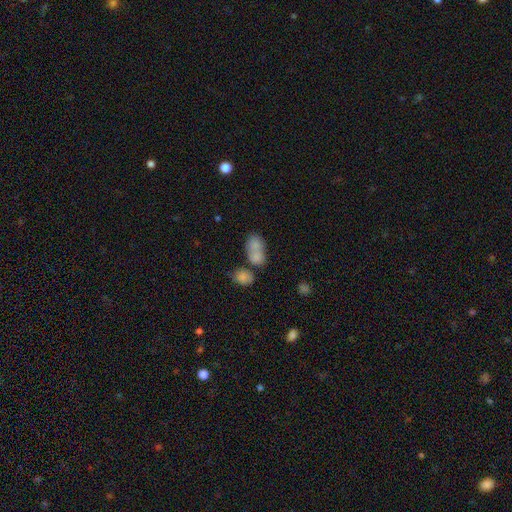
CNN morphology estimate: Smooth or featured?
  - smooth: 69% *
  - featured or disk: 16%
  - star or artifact: 15%
How rounded?
  - in between: 76% *
  - round: 21%
  - cigar-shaped: 3%
Merging?
  - merger: 50% *
  - none: 32%
  - minor disturbance: 12%
  - major disturbance: 7%